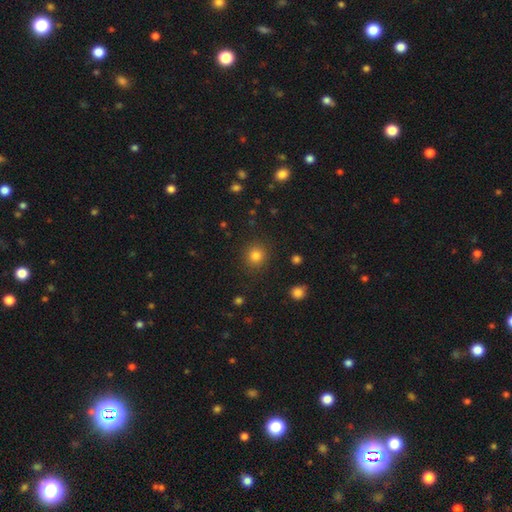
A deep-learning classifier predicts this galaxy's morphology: This is clearly a smooth galaxy (82%). How rounded: clearly round (87%). Merging: clearly none (88%).